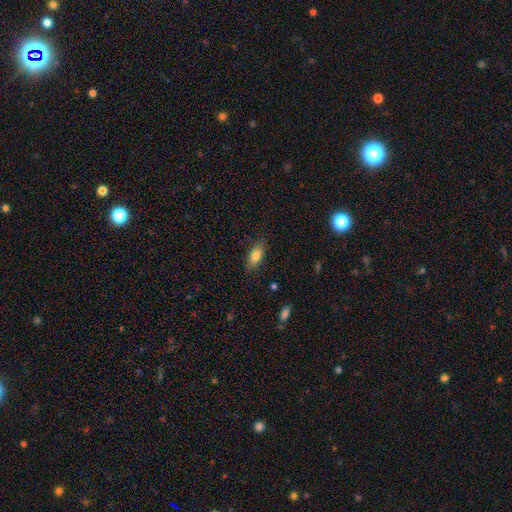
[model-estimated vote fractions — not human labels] Overall: smooth (79%). How rounded: in between (83%). Merging: none (85%).